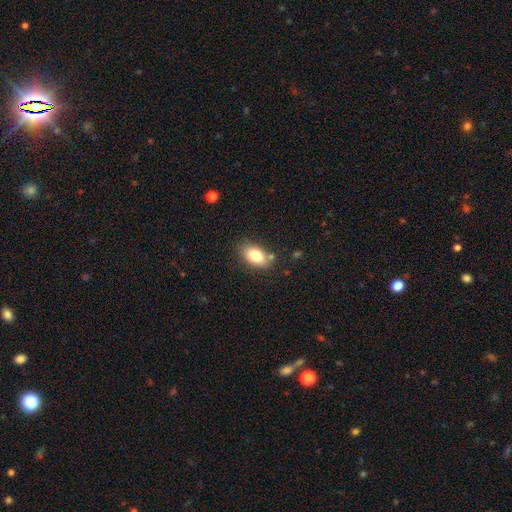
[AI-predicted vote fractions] A smooth galaxy with no disk features (81%) that is in between round and cigar-shaped (89%). Merging: none (77%).